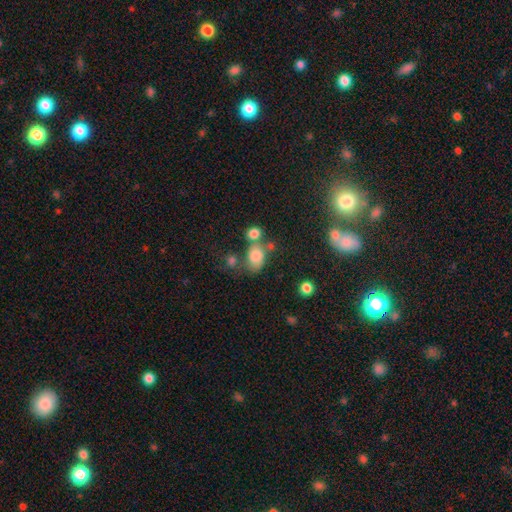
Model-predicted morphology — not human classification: A smooth galaxy with no disk features (76%) that is in between round and cigar-shaped (71%). Merging: none (44%).